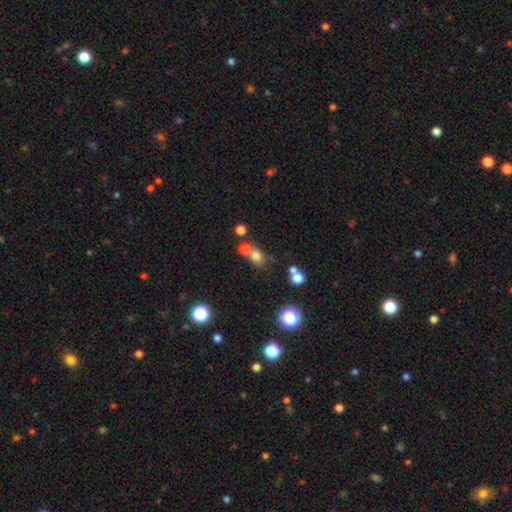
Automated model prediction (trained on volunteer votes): Smooth or featured? smooth (72%)
How rounded? round (63%)
Merging? none (46%)